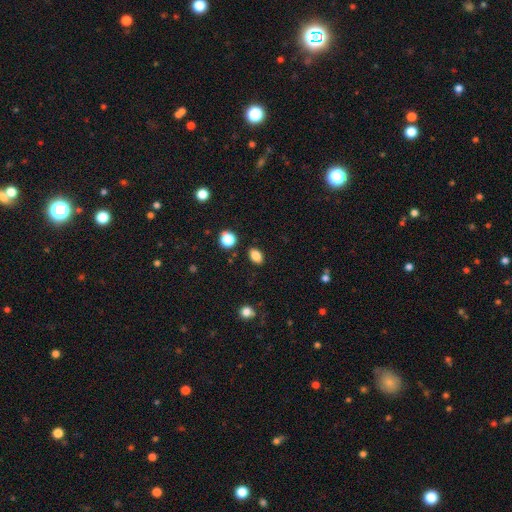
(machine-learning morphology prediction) Smooth or featured?
  - smooth: 84% *
  - star or artifact: 11%
  - featured or disk: 5%
How rounded?
  - in between: 82% *
  - round: 17%
  - cigar-shaped: 2%
Merging?
  - none: 87% *
  - minor disturbance: 9%
  - major disturbance: 2%
  - merger: 2%